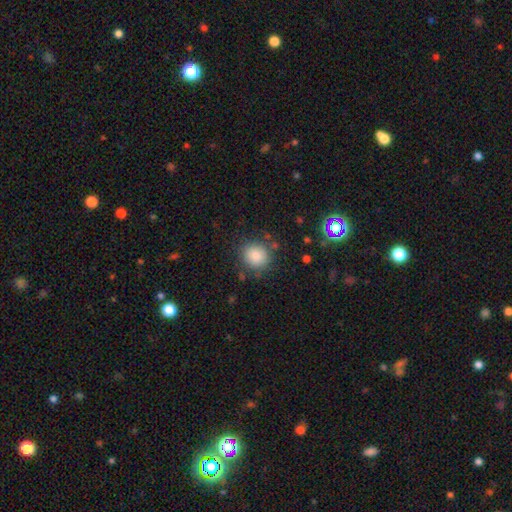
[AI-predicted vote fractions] Smooth or featured? Predicted: smooth (p=0.85). How rounded? Predicted: round (p=0.86). Merging? Predicted: none (p=0.81).